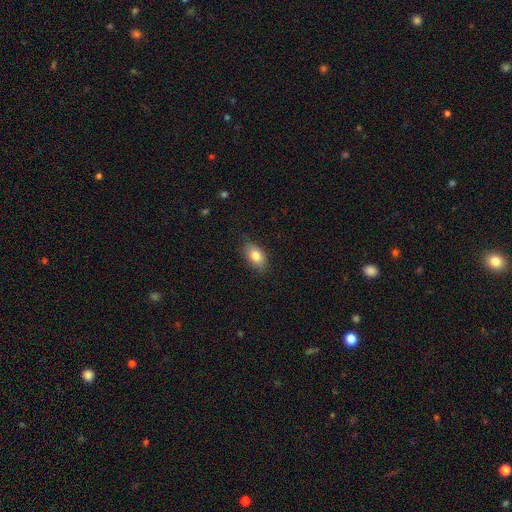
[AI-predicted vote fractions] Q: Smooth or featured?
A: smooth (81%); runner-up: featured or disk (12%)
Q: How rounded?
A: in between (89%); runner-up: round (8%)
Q: Merging?
A: none (84%); runner-up: minor disturbance (13%)